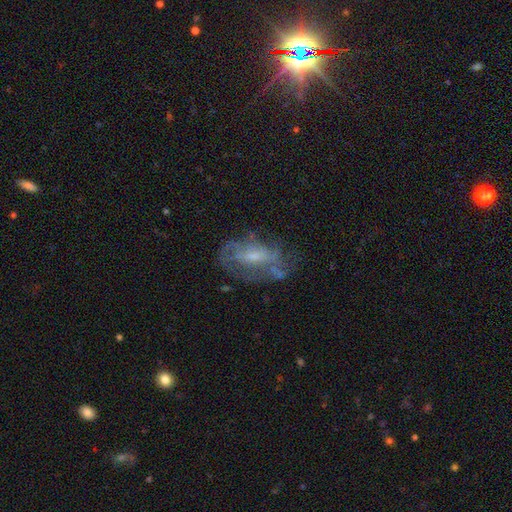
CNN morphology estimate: Smooth or featured? featured or disk (68%)
Edge-on disk? no (93%)
Bar? no (46%)
Spiral arms? yes (63%)
Bulge size? small (49%)
Merging? none (52%)